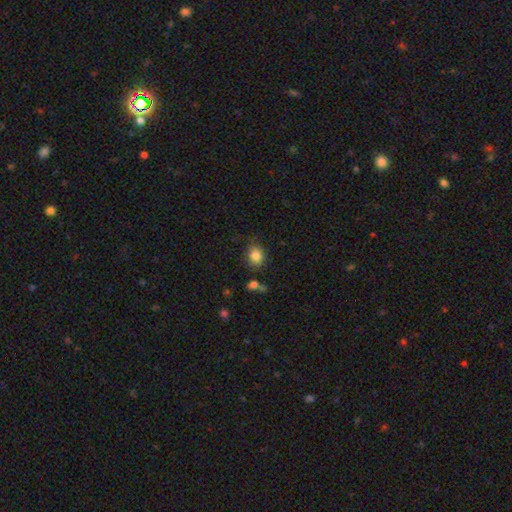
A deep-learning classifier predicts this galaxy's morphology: Overall: smooth (83%). How rounded: round (58%; in between 41%). Merging: none (77%).